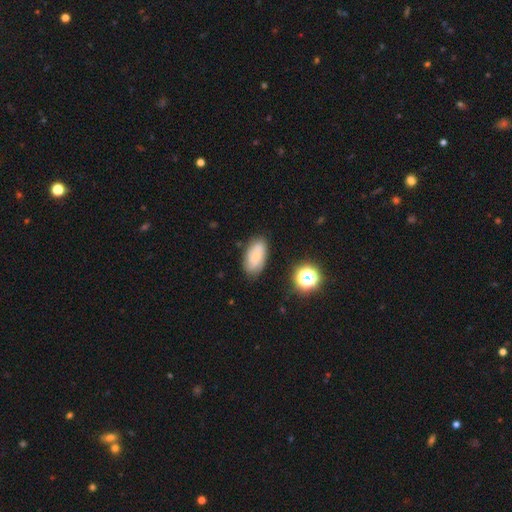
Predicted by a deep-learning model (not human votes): smooth 60%, featured or disk 29%, star or artifact 11%. Down the decision tree: how rounded — in between (91%); merging — none (76%).